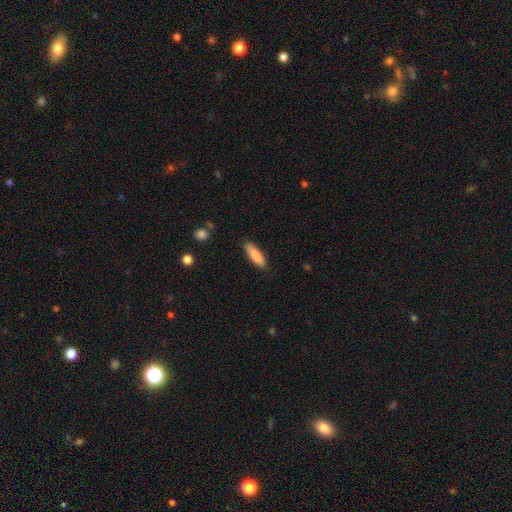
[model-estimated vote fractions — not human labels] This appears to be a smooth galaxy with no disk features (85%) that is cigar-shaped (60%). Merging: none (84%).